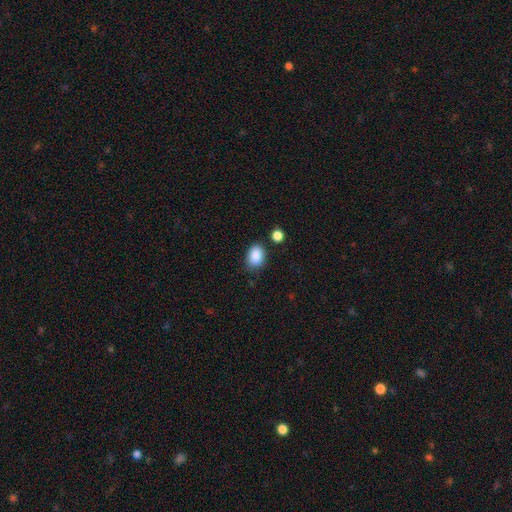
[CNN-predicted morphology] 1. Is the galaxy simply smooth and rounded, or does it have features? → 88% smooth, 8% star or artifact, 4% featured or disk.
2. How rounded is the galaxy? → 75% in between, 24% round, 1% cigar-shaped.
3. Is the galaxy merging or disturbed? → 79% none, 14% minor disturbance, 4% merger, 3% major disturbance.